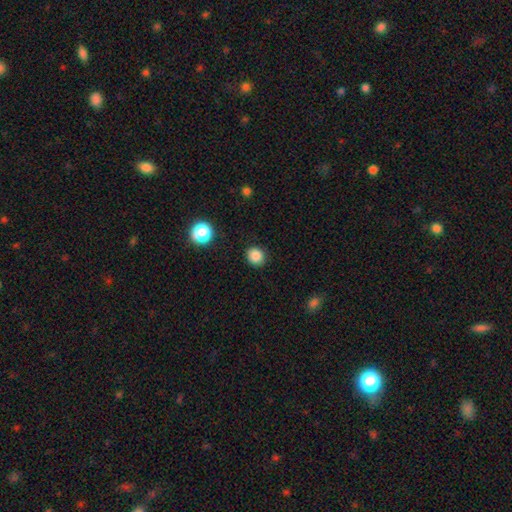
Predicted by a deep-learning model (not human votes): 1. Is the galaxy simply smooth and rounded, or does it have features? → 86% smooth, 11% star or artifact, 3% featured or disk.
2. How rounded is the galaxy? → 84% round, 15% in between, 1% cigar-shaped.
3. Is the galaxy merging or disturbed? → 89% none, 7% minor disturbance, 2% major disturbance, 1% merger.